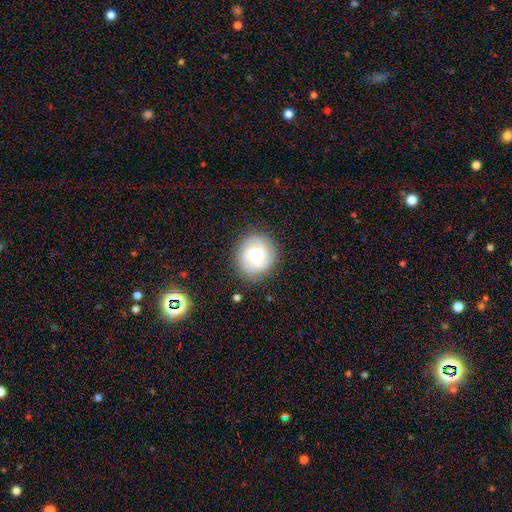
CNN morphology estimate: Smooth or featured: featured or disk — 67% (smooth — 26%)
Edge-on disk: no — 98% (yes — 2%)
Bar: no — 69% (weak — 26%)
Spiral arms: yes — 94% (no — 6%)
Spiral winding: tight — 53% (medium — 37%)
Spiral arm count: 3 — 48% (2 — 20%)
Bulge size: moderate — 47% (small — 35%)
Merging: none — 83% (minor disturbance — 11%)